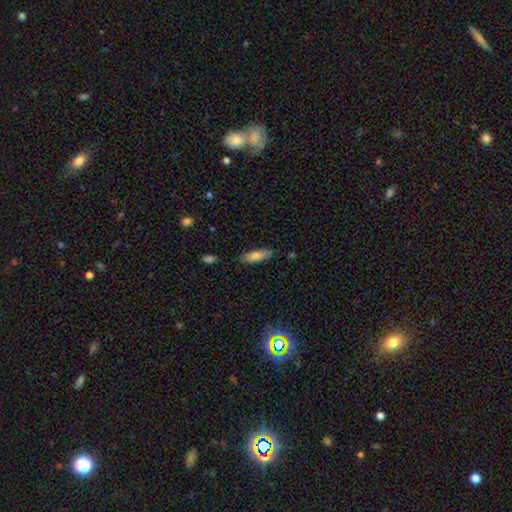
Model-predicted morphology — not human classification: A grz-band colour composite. It shows a smooth galaxy with no disk features (78%) that is in between round and cigar-shaped (50%). Merging: none (82%).